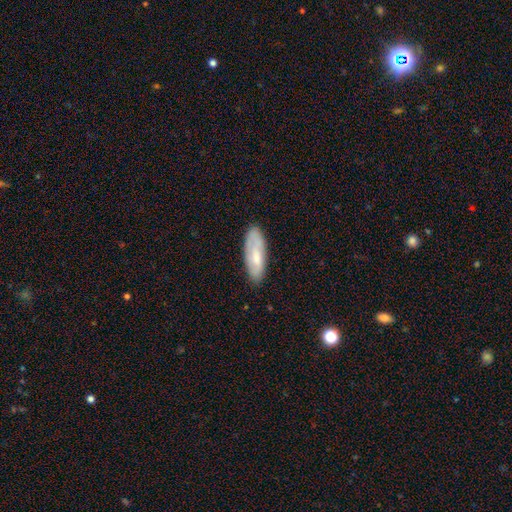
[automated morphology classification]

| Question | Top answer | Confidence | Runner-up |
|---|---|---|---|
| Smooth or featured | smooth | 60% | featured or disk (33%) |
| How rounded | in between | 63% | cigar-shaped (35%) |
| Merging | none | 81% | minor disturbance (15%) |